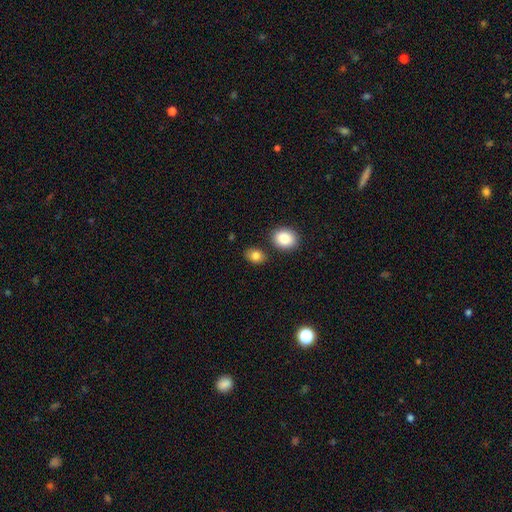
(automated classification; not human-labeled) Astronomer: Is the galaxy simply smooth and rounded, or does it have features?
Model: smooth — 84%.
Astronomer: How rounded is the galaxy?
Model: in between — 66%.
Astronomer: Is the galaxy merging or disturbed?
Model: none — 79%.